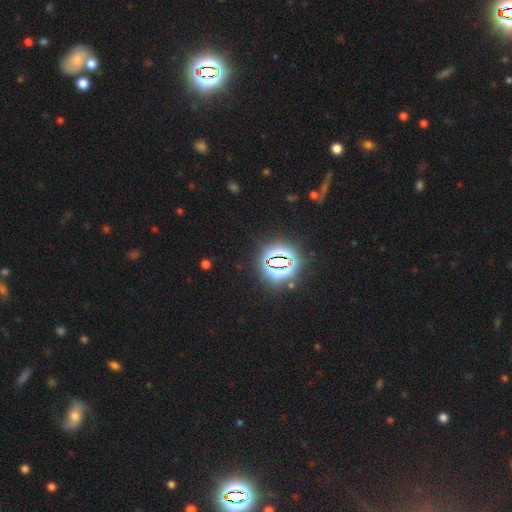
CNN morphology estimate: smooth-or-featured: star or artifact: 83% | smooth: 11% | featured or disk: 7%